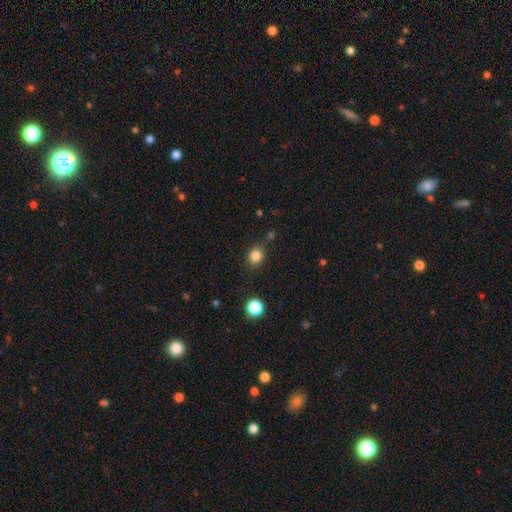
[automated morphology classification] The model was most divided on "how rounded": round: 67%, in between: 32%, cigar-shaped: 1%. More confident: smooth or featured — smooth (83%); merging — none (79%).